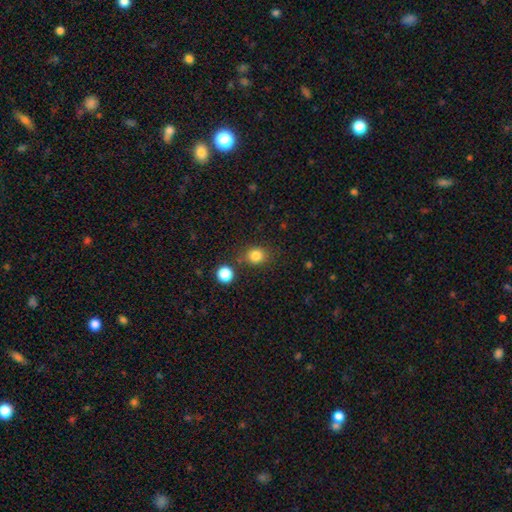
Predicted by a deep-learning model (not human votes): Overall: smooth (83%). How rounded: round (71%). Merging: none (76%).